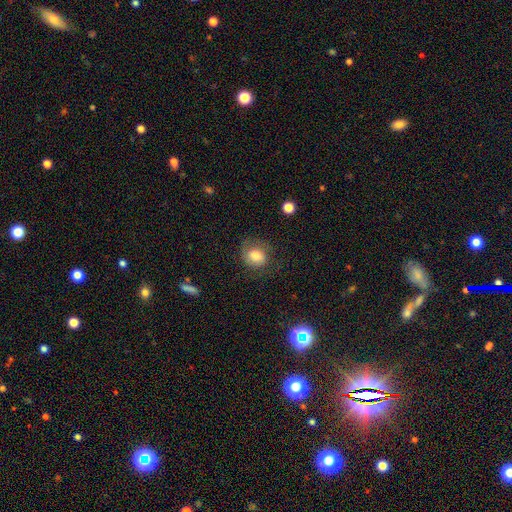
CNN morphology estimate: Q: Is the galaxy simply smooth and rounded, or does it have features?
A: smooth — 72%.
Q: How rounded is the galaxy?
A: round — 54%.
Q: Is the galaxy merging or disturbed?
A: none — 62%.